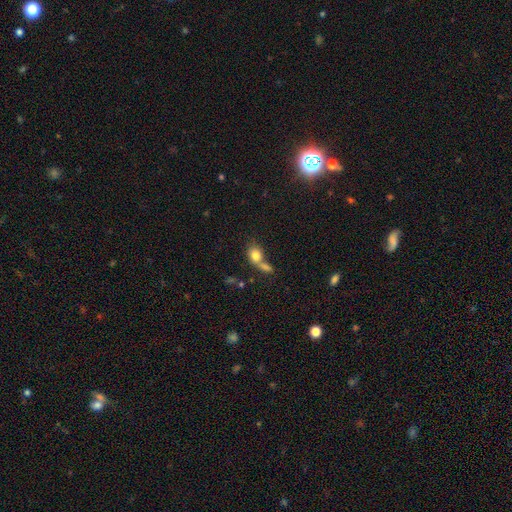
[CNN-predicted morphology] smooth_or_featured: smooth (p=0.79) [alt: featured or disk p=0.12]
how_rounded: in between (p=0.57) [alt: round p=0.40]
merging: merger (p=0.53) [alt: none p=0.28]